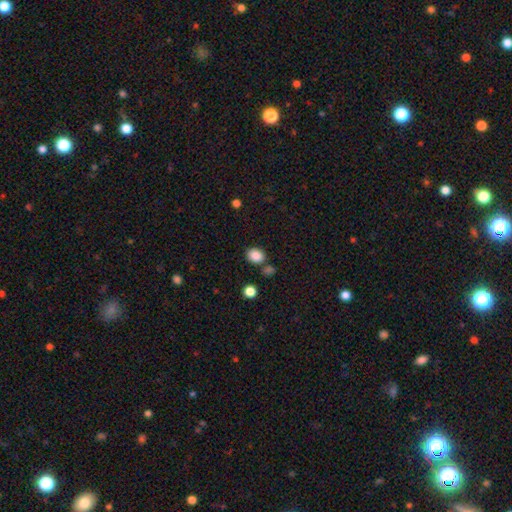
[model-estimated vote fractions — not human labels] The model was most divided on "how rounded": round: 50%, in between: 49%, cigar-shaped: 1%. More confident: smooth or featured — smooth (87%); merging — none (76%).